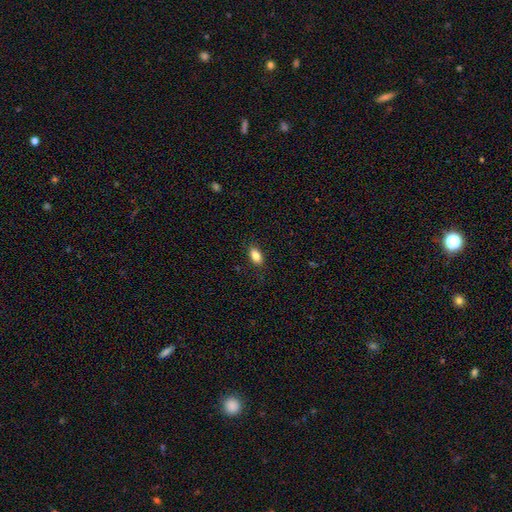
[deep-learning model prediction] Morphology: type=smooth (85%); roundness=in between (88%); merging=none (87%).